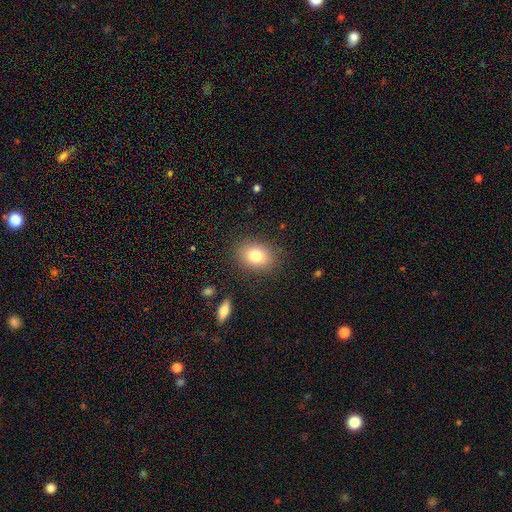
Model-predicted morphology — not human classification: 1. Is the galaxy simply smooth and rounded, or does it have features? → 79% smooth, 11% featured or disk, 10% star or artifact.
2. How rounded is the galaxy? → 69% in between, 30% round, 1% cigar-shaped.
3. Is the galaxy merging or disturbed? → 84% none, 11% minor disturbance, 4% major disturbance, 2% merger.